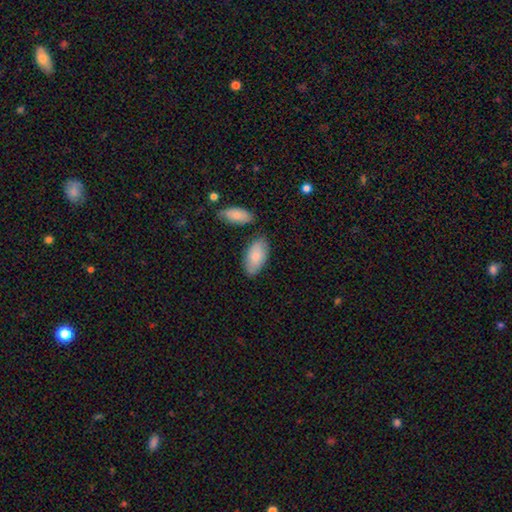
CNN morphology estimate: Q: Smooth or featured?
A: smooth (83%); runner-up: featured or disk (11%)
Q: How rounded?
A: in between (94%); runner-up: cigar-shaped (4%)
Q: Merging?
A: none (73%); runner-up: minor disturbance (16%)